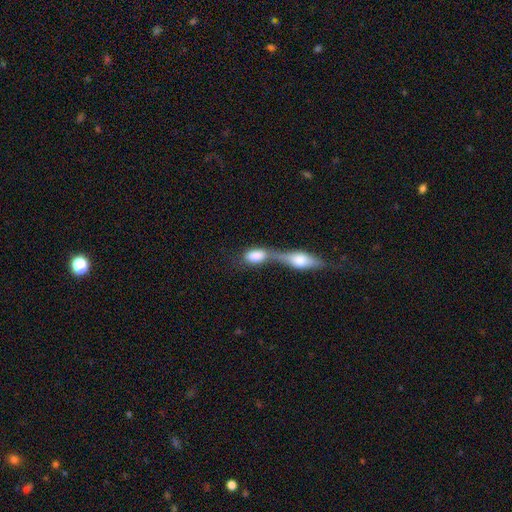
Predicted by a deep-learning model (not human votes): smooth_or_featured: smooth (p=0.76) [alt: featured or disk p=0.17]
how_rounded: in between (p=0.82) [alt: cigar-shaped p=0.10]
merging: merger (p=0.70) [alt: none p=0.17]